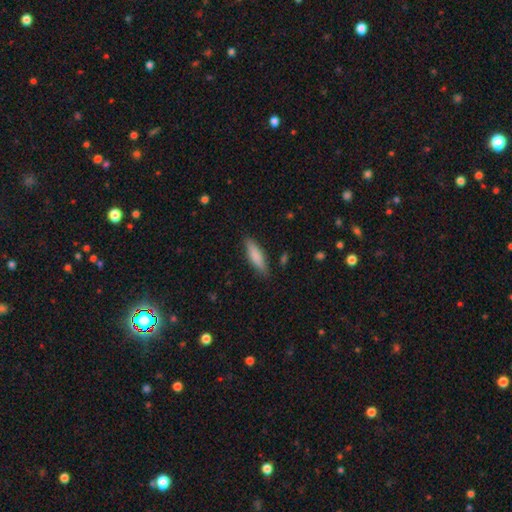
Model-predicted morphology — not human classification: Smooth or featured: smooth — 80% (featured or disk — 15%)
How rounded: cigar-shaped — 65% (in between — 34%)
Merging: none — 85% (minor disturbance — 11%)